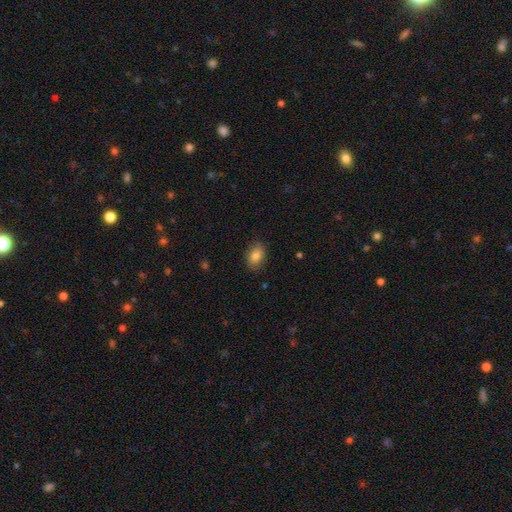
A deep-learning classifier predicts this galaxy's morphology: Overall: smooth (82%). How rounded: in between (81%). Merging: none (84%).